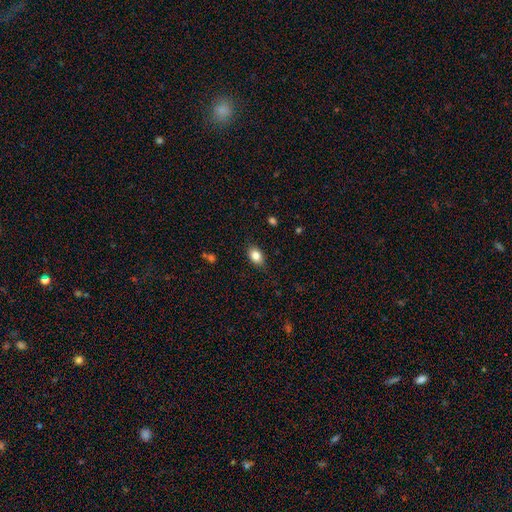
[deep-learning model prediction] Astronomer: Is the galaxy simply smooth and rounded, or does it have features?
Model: smooth — 83%.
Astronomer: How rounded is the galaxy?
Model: in between — 82%.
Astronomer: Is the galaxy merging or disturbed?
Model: none — 84%.